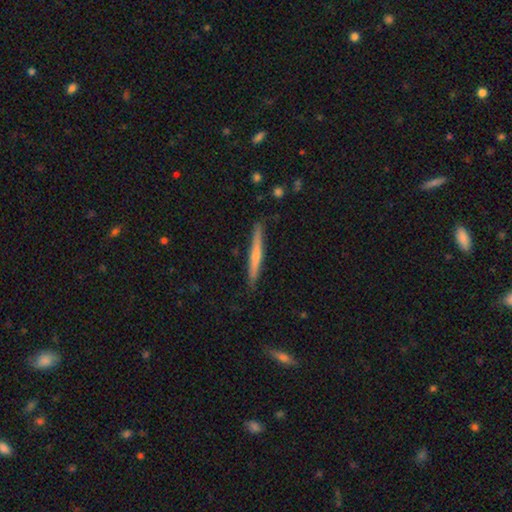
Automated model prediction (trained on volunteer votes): Morphology: type=featured or disk (57%); edge-on=yes (97%); edge-on bulge=rounded (63%); merging=none (89%).